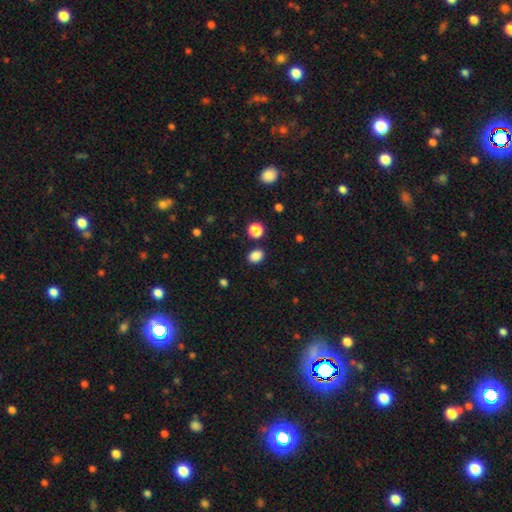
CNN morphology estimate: A smooth galaxy with no disk features (86%) that is in between round and cigar-shaped (65%). Merging: none (84%).